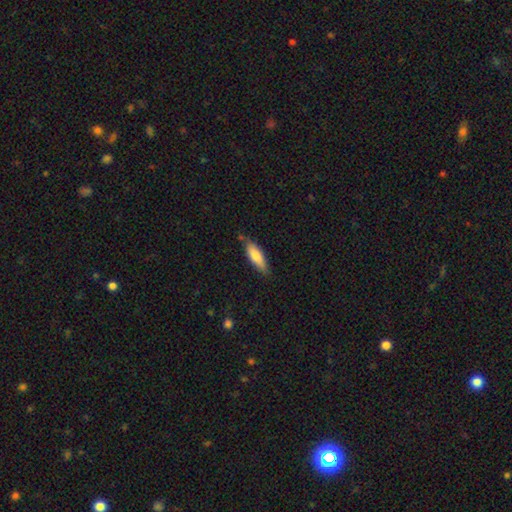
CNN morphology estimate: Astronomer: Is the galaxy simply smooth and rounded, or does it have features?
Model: smooth — 77%.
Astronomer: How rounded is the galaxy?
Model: in between — 50% (runner-up: cigar-shaped, 48%).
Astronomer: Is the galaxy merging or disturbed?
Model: none — 74%.